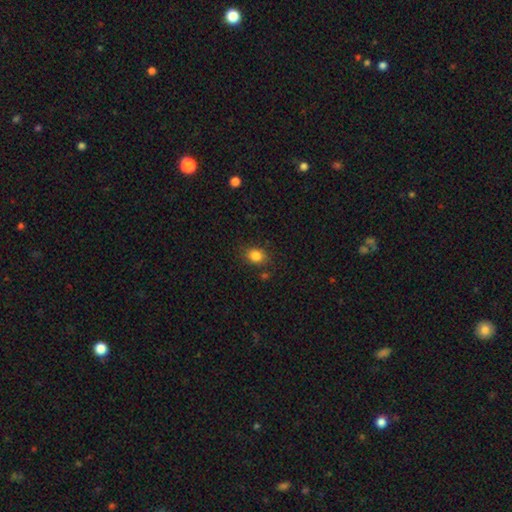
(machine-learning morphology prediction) Smooth or featured? smooth (84%)
How rounded? in between (54%)
Merging? none (80%)